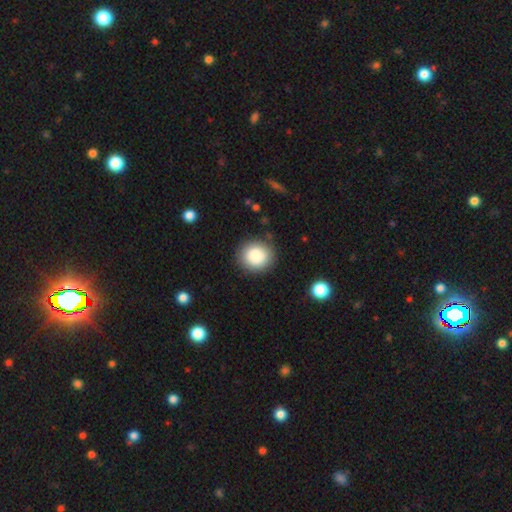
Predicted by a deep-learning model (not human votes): Smooth or featured? smooth (86%)
How rounded? round (87%)
Merging? none (86%)